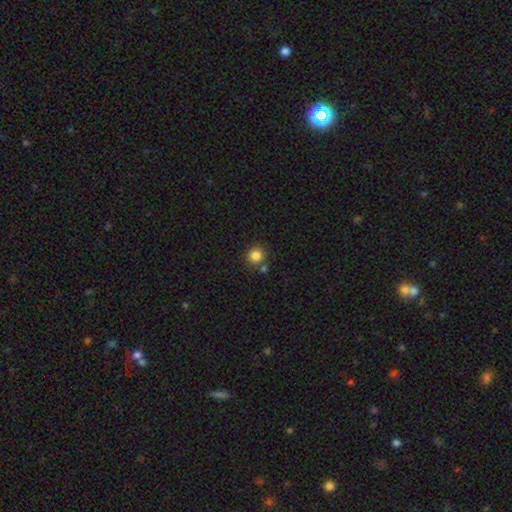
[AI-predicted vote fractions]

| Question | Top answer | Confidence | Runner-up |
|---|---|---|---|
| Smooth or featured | smooth | 84% | star or artifact (11%) |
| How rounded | round | 91% | in between (8%) |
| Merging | none | 76% | merger (12%) |